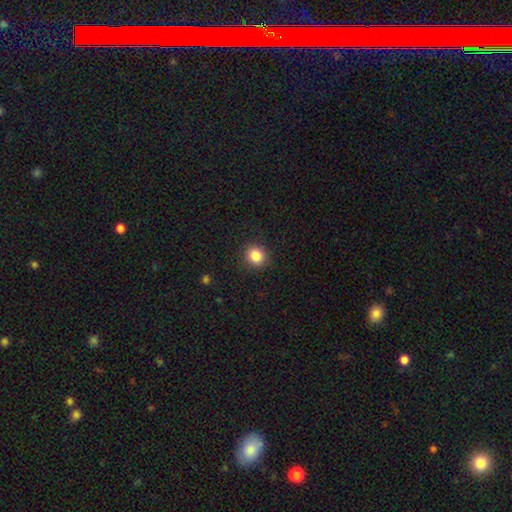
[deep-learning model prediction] Q: Smooth or featured?
A: smooth (85%); runner-up: star or artifact (10%)
Q: How rounded?
A: round (84%); runner-up: in between (15%)
Q: Merging?
A: none (90%); runner-up: minor disturbance (7%)